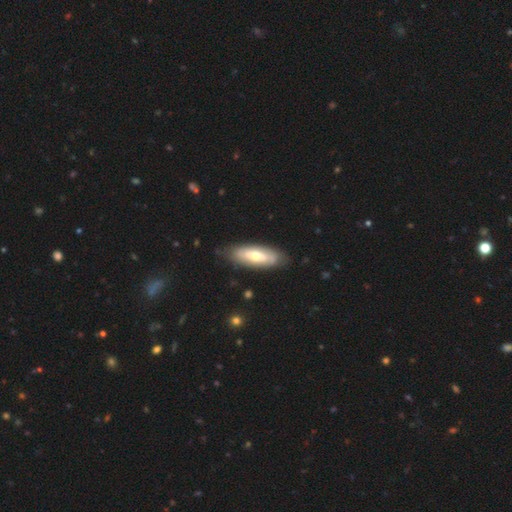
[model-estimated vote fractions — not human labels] Smooth or featured?
  - smooth: 50% *
  - featured or disk: 45%
  - star or artifact: 5%
Merging?
  - none: 80% *
  - minor disturbance: 14%
  - major disturbance: 4%
  - merger: 2%